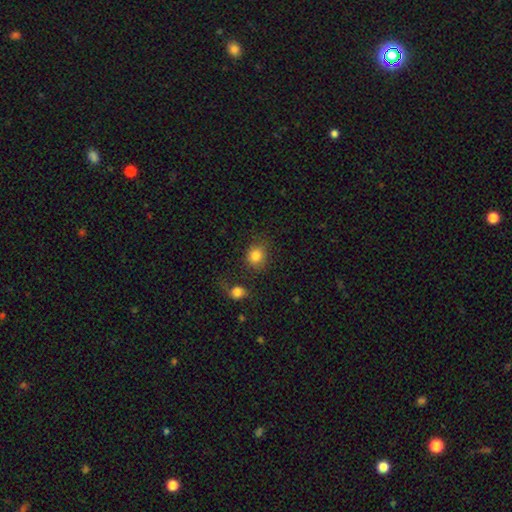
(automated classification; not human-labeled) Smooth or featured? Predicted: smooth (p=0.84). How rounded? Predicted: round (p=0.77). Merging? Predicted: none (p=0.69).